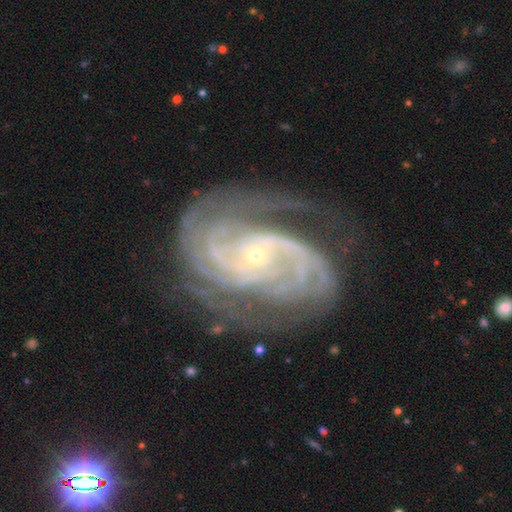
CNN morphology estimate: This appears to be a featured or disk galaxy (92%) with no bar (67%), 2 (31%) tight (65%) spiral arms (98%) and a small central bulge (84%). Merging: none (68%).